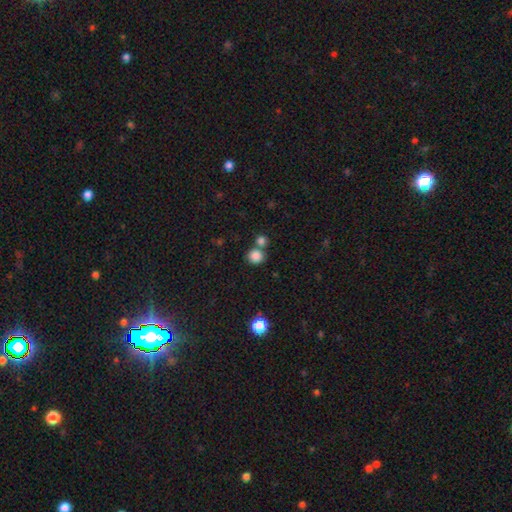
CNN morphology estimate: Smooth or featured: smooth — 85% (star or artifact — 11%)
How rounded: round — 87% (in between — 12%)
Merging: none — 62% (merger — 27%)